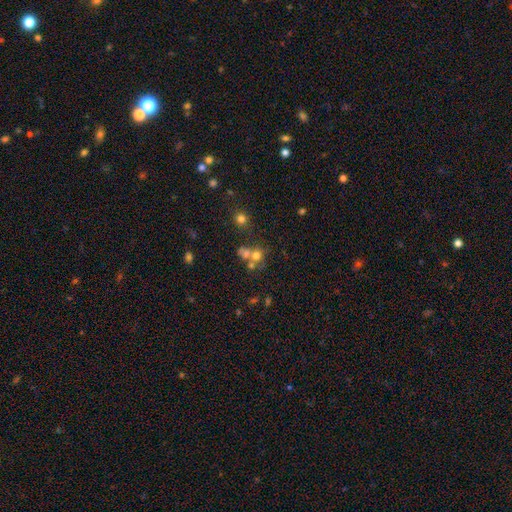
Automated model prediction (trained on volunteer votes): A smooth galaxy with no disk features (61%) that is round (78%). Merging: merger (47%).